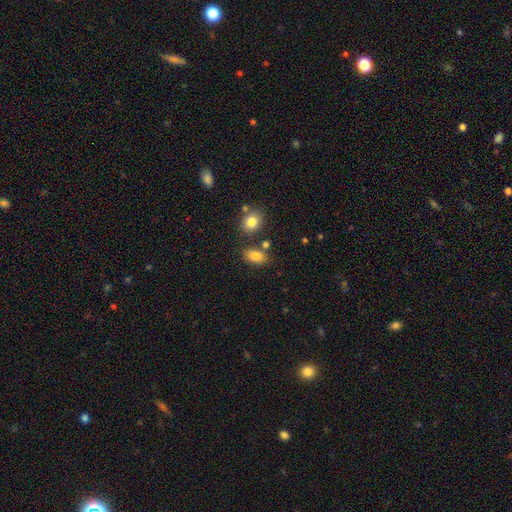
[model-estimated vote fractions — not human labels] Smooth or featured? smooth (83%)
How rounded? in between (86%)
Merging? none (73%)